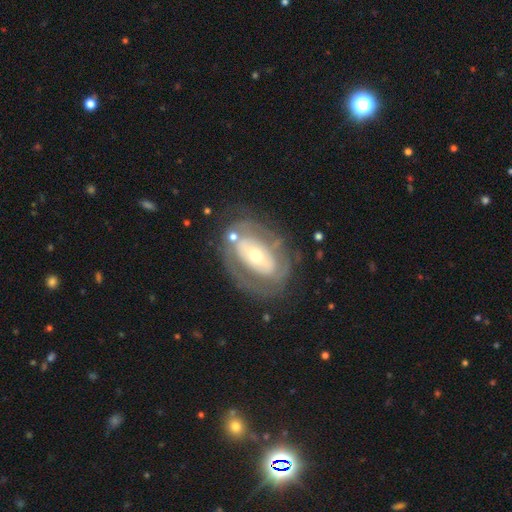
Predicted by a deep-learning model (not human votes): Q: Smooth or featured?
A: featured or disk (71%); runner-up: smooth (23%)
Q: Edge-on disk?
A: no (93%); runner-up: yes (7%)
Q: Bar?
A: no (55%); runner-up: weak (25%)
Q: Spiral arms?
A: no (56%); runner-up: yes (44%)
Q: Bulge size?
A: moderate (53%); runner-up: small (38%)
Q: Merging?
A: none (66%); runner-up: minor disturbance (17%)